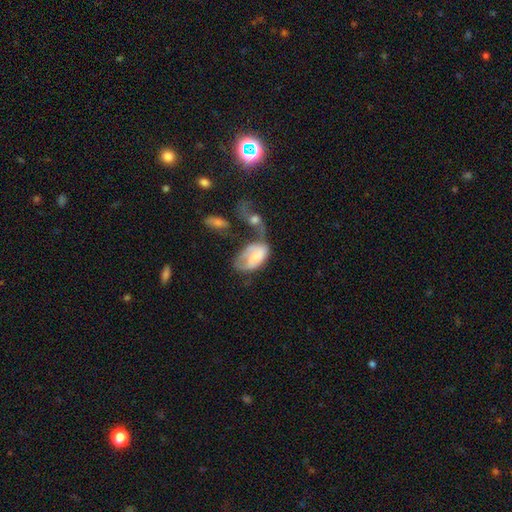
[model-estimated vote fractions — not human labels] Overall: smooth (48%; featured or disk 44%). Merging: merger (41%; major disturbance 26%).